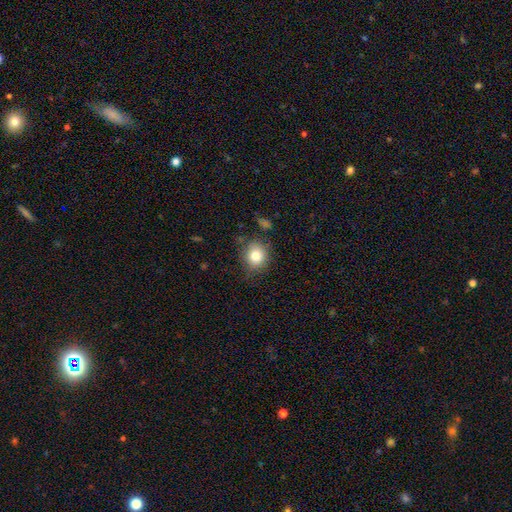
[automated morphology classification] A smooth galaxy with no disk features (81%) that is round (78%). Merging: none (77%).